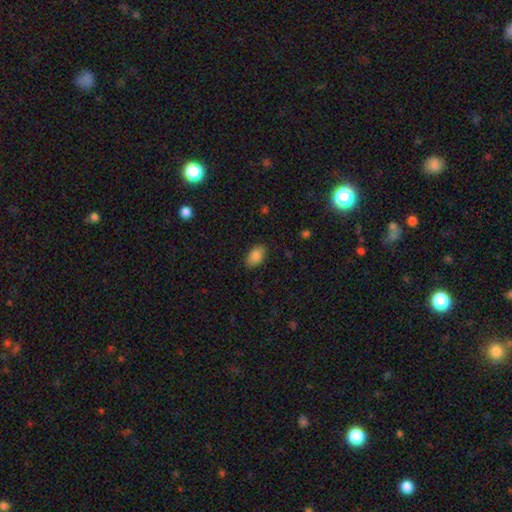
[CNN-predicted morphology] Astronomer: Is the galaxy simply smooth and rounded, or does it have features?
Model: smooth — 85%.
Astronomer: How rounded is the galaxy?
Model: in between — 92%.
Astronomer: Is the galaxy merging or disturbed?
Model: none — 86%.